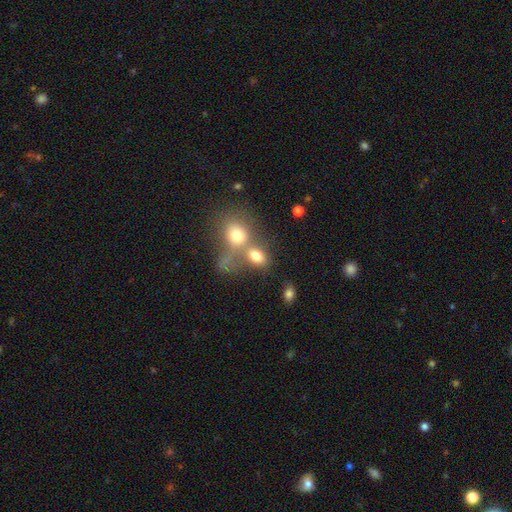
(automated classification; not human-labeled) Smooth or featured? Predicted: smooth (p=0.75). How rounded? Predicted: in between (p=0.69). Merging? Predicted: merger (p=0.54).